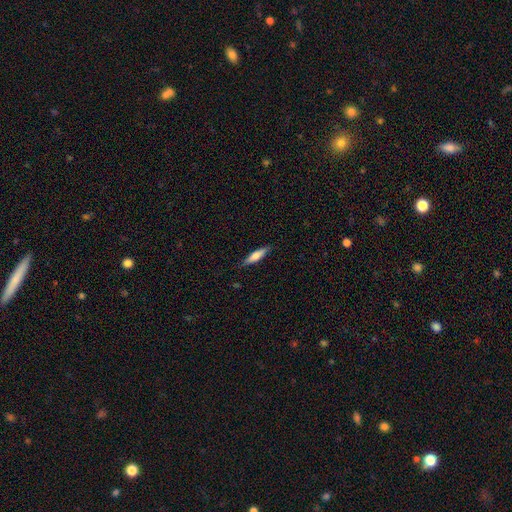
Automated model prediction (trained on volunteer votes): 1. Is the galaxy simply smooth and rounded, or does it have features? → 62% smooth, 32% featured or disk, 6% star or artifact.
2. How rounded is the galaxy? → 76% cigar-shaped, 23% in between, 2% round.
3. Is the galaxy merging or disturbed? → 83% none, 13% minor disturbance, 2% major disturbance, 1% merger.